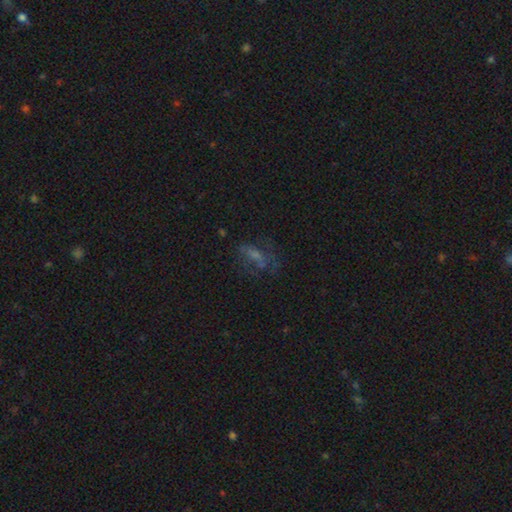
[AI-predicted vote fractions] Smooth or featured? Predicted: featured or disk (p=0.39). Merging? Predicted: none (p=0.51).